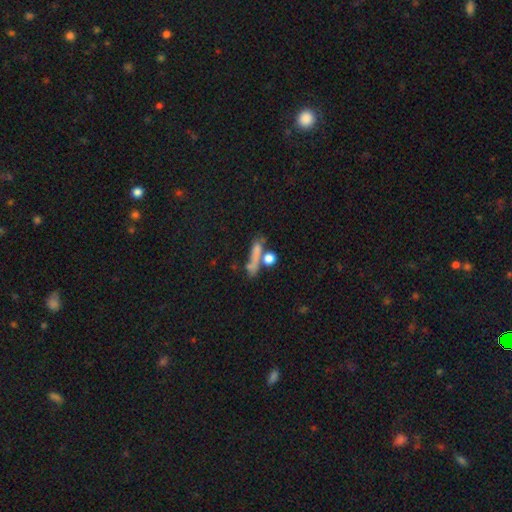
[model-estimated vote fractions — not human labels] Smooth or featured? Predicted: smooth (p=0.60). How rounded? Predicted: cigar-shaped (p=0.60). Merging? Predicted: none (p=0.48).